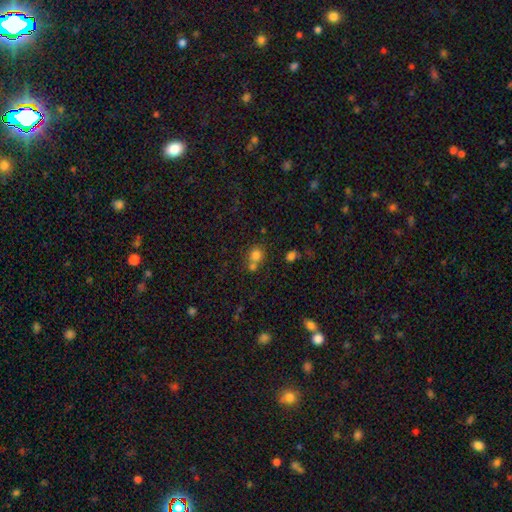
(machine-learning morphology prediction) A smooth galaxy with no disk features (77%) that is round (79%). Merging: none (47%).